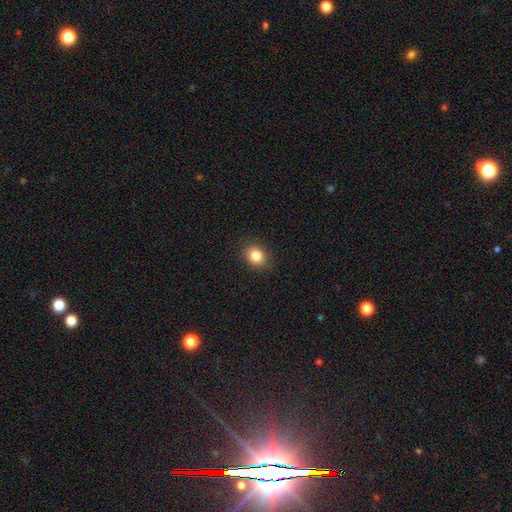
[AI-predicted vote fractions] A smooth galaxy with no disk features (83%) that is round (56%).

Vote fractions:
- Smooth or featured? smooth: 83% / star or artifact: 10% / featured or disk: 6%
- How rounded? round: 56% / in between: 43% / cigar-shaped: 1%
- Merging? none: 89% / minor disturbance: 8% / major disturbance: 2% / merger: 1%